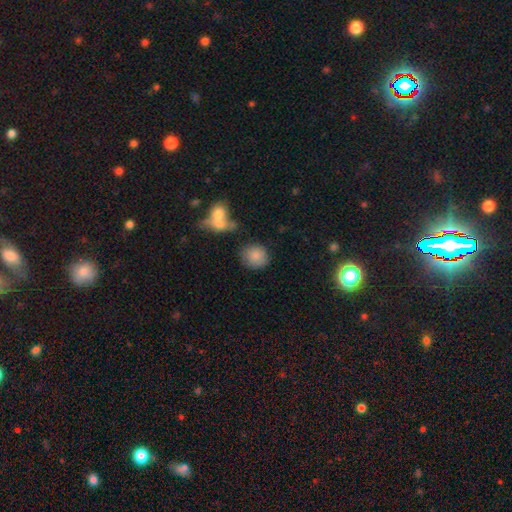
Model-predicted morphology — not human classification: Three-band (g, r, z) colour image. It shows a smooth galaxy with no disk features (84%) that is round (83%). Merging: none (74%).